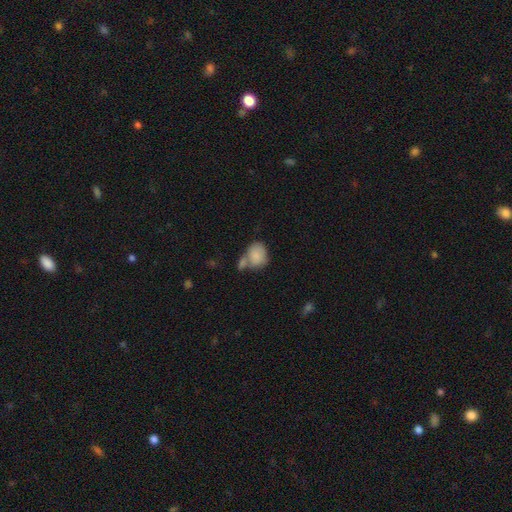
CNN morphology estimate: smooth_or_featured: smooth (p=0.83) [alt: featured or disk p=0.10]
how_rounded: in between (p=0.54) [alt: round p=0.45]
merging: merger (p=0.41) [alt: none p=0.35]